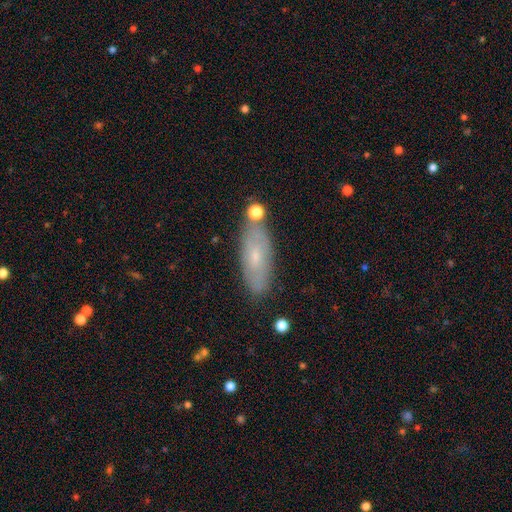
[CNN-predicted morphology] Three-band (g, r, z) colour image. It shows a smooth galaxy with no disk features (49%). Merging: none (79%).